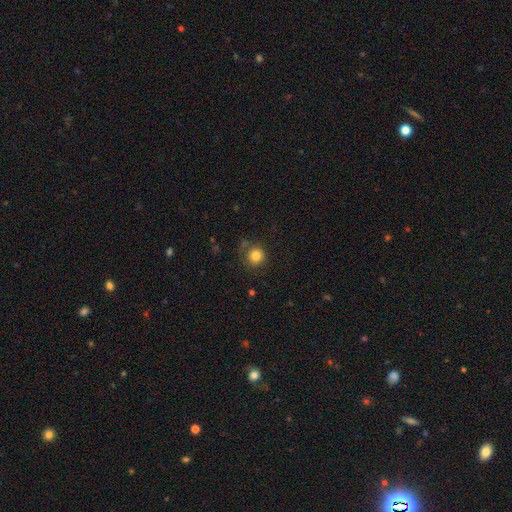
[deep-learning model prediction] This appears to be a smooth galaxy with no disk features (83%) that is round (92%). Merging: none (76%).